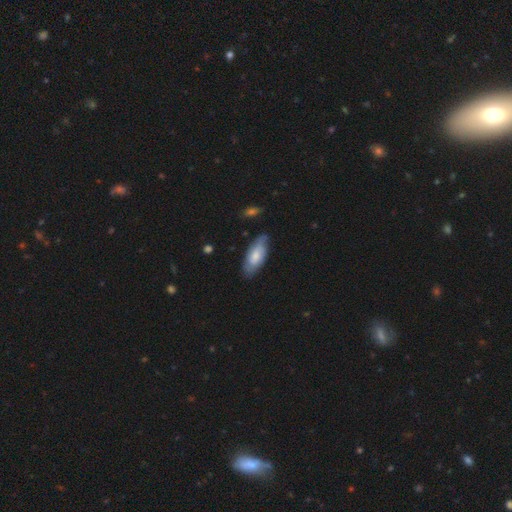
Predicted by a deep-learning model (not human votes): smooth_or_featured: smooth (p=0.56) [alt: featured or disk p=0.38]
how_rounded: in between (p=0.81) [alt: cigar-shaped p=0.17]
merging: none (p=0.72) [alt: minor disturbance p=0.22]